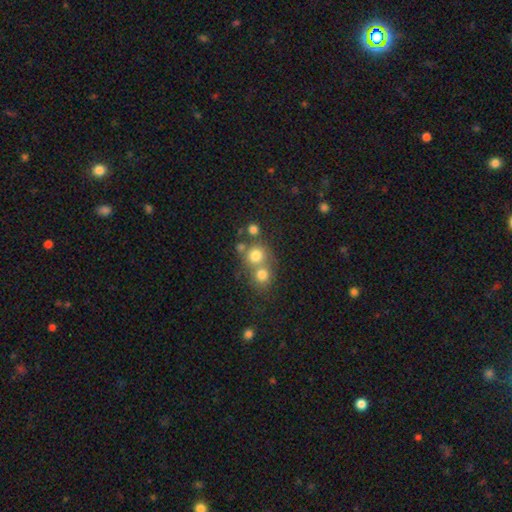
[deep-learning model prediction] Morphology: type=smooth (74%); roundness=round (86%); merging=none (47%).